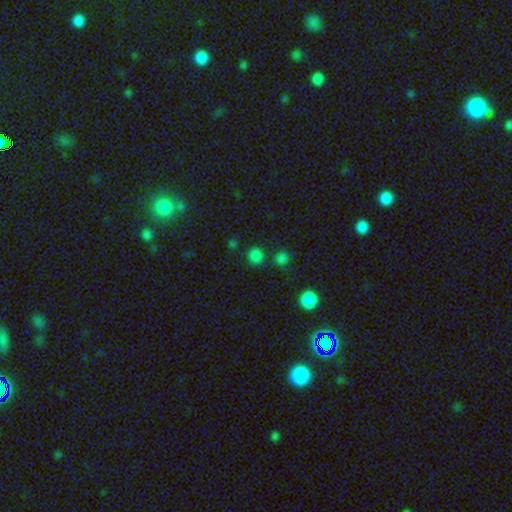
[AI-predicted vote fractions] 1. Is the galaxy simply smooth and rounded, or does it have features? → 77% smooth, 19% star or artifact, 4% featured or disk.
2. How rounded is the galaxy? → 91% round, 8% in between, 1% cigar-shaped.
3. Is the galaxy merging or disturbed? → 80% none, 9% minor disturbance, 8% merger, 3% major disturbance.